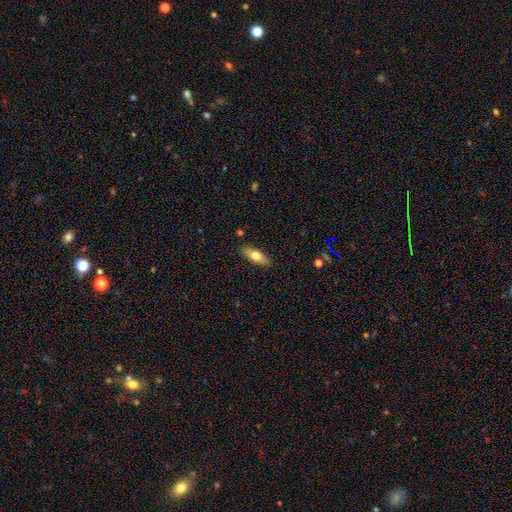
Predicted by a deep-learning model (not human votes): A smooth galaxy with no disk features (63%) that is in between round and cigar-shaped (63%). Merging: none (88%).